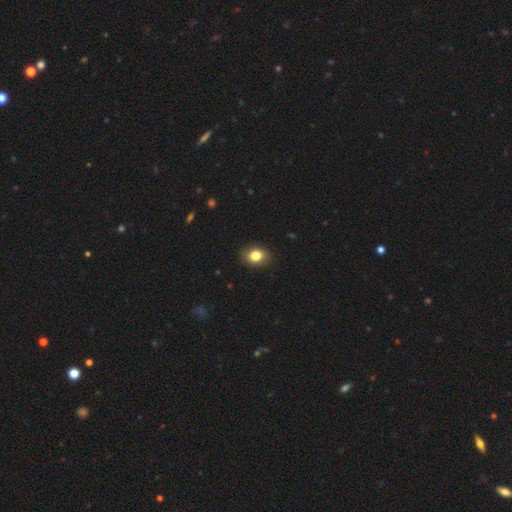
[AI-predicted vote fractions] smooth_or_featured: smooth (p=0.83) [alt: star or artifact p=0.09]
how_rounded: in between (p=0.62) [alt: round p=0.37]
merging: none (p=0.88) [alt: minor disturbance p=0.09]